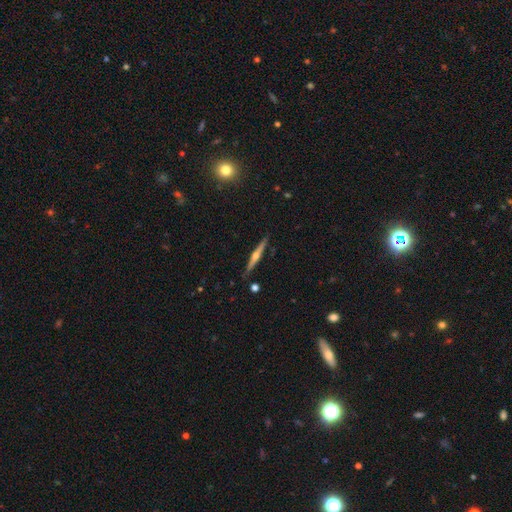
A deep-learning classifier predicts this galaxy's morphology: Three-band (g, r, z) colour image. It shows a featured or disk galaxy (74%) viewed edge-on (98%) with a rounded central bulge (91%). Merging: none (89%).